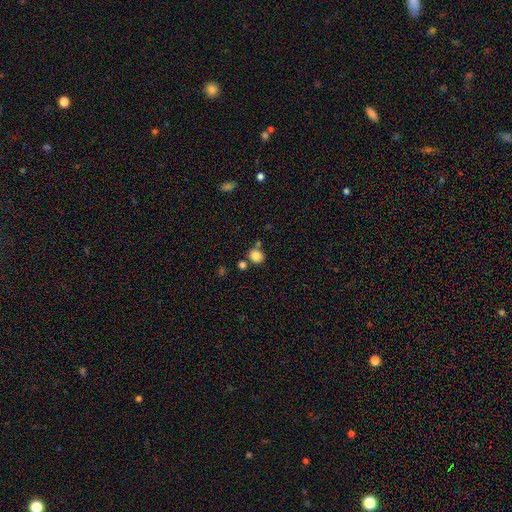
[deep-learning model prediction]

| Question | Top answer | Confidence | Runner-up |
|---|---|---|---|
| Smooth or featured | smooth | 84% | star or artifact (11%) |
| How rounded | round | 85% | in between (14%) |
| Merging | none | 75% | merger (12%) |